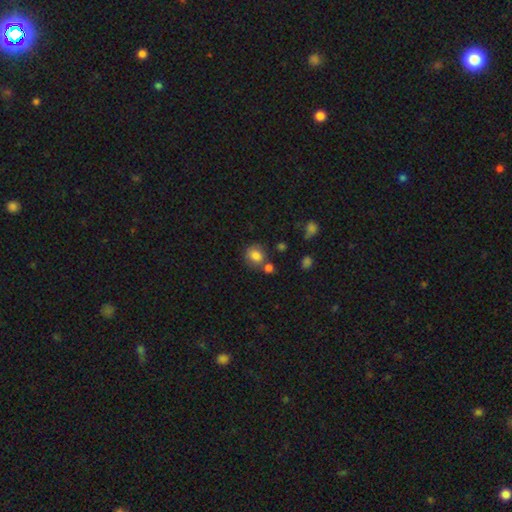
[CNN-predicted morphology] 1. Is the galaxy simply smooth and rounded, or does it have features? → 82% smooth, 11% star or artifact, 7% featured or disk.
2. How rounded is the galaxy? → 67% round, 32% in between, 1% cigar-shaped.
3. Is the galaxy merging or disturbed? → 63% none, 18% merger, 14% minor disturbance, 4% major disturbance.